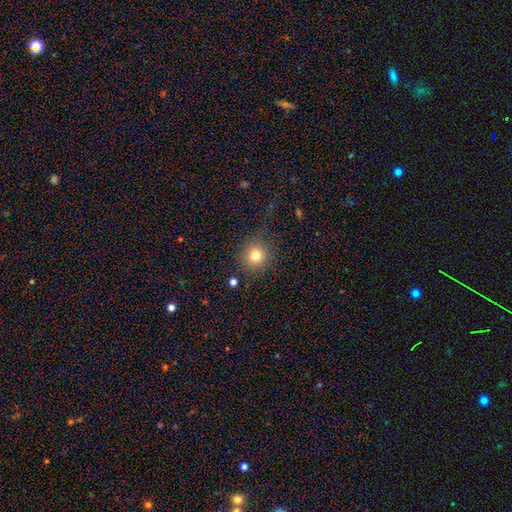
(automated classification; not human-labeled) smooth_or_featured: smooth (p=0.78) [alt: star or artifact p=0.14]
how_rounded: round (p=0.91) [alt: in between p=0.08]
merging: none (p=0.81) [alt: minor disturbance p=0.11]